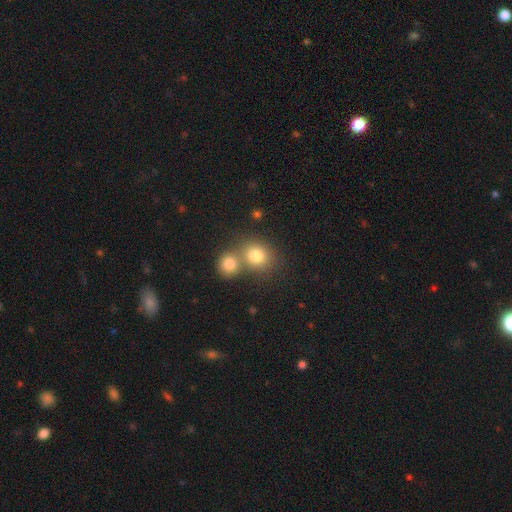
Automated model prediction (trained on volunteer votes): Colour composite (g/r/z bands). It shows a smooth galaxy with no disk features (79%) that is round (76%). Merging: merger (45%).